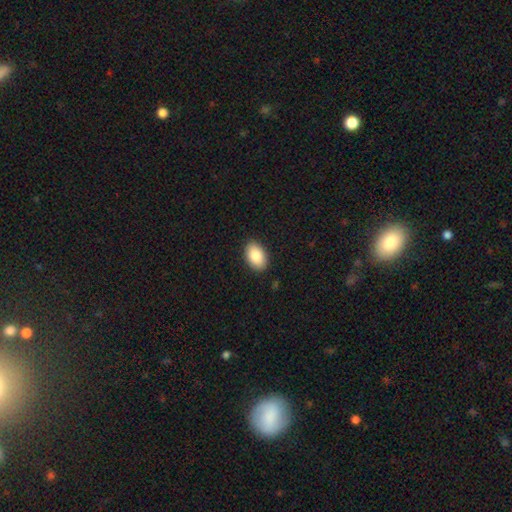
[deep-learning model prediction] A smooth galaxy with no disk features (88%) that is in between round and cigar-shaped (93%). Merging: none (89%).